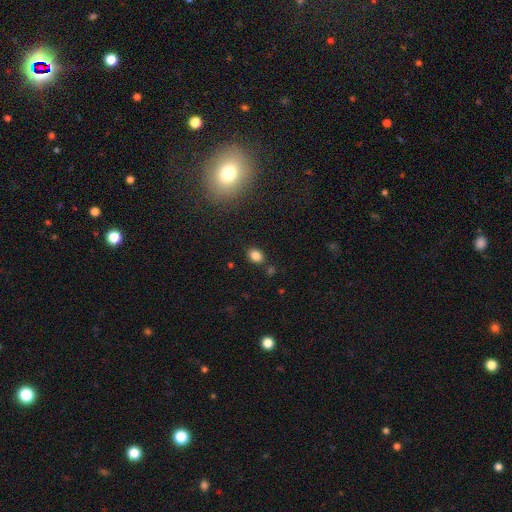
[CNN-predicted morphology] Q: Smooth or featured?
A: smooth (83%); runner-up: star or artifact (12%)
Q: How rounded?
A: in between (67%); runner-up: round (32%)
Q: Merging?
A: none (81%); runner-up: minor disturbance (10%)